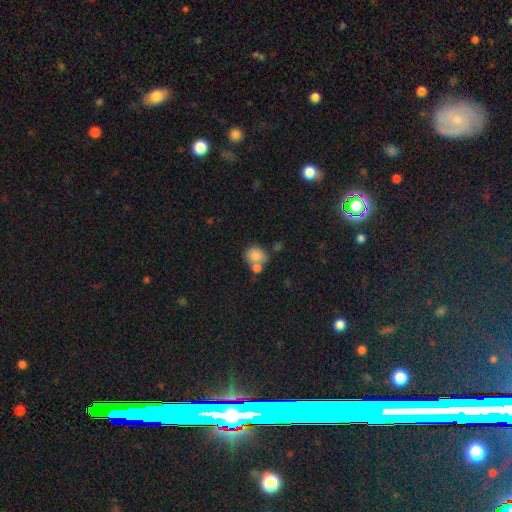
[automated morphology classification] Smooth or featured? smooth (83%)
How rounded? round (74%)
Merging? none (42%)